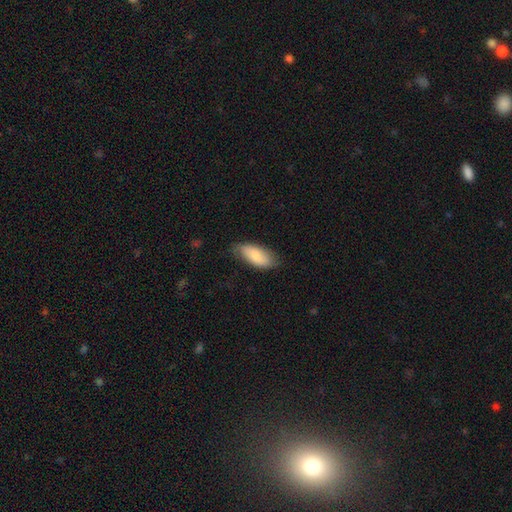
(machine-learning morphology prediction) Overall: smooth (82%). How rounded: in between (86%). Merging: none (71%).